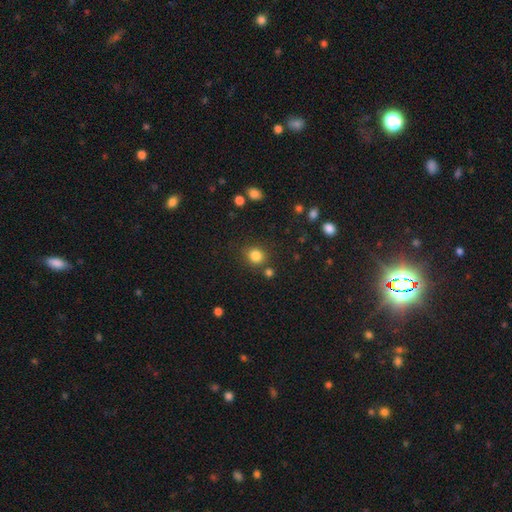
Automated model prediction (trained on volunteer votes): A smooth galaxy with no disk features (83%) that is round (81%). Merging: none (79%).